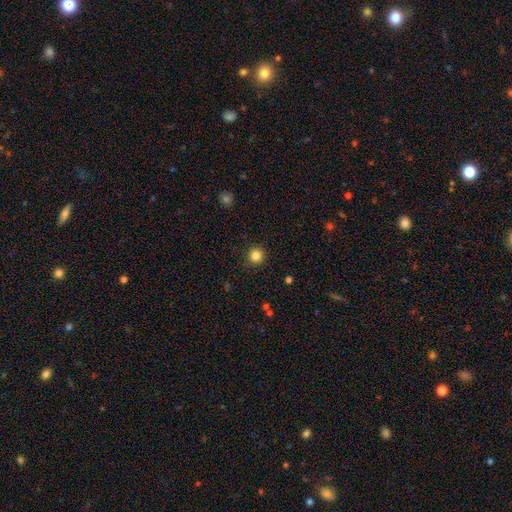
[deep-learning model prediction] The model was most divided on "smooth or featured": smooth: 84%, star or artifact: 11%, featured or disk: 4%. More confident: how rounded — round (95%); merging — none (91%).